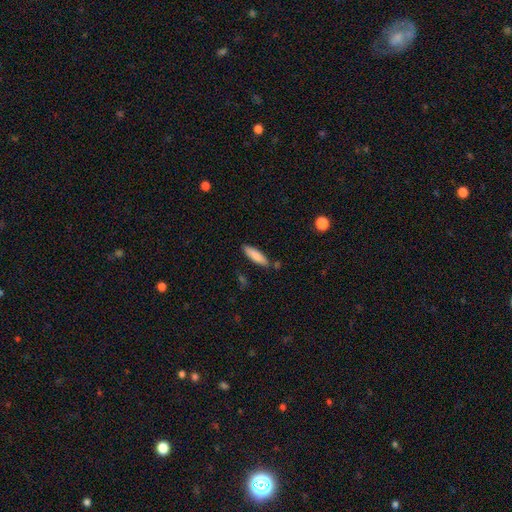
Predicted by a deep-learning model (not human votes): Q: Smooth or featured?
A: smooth (84%); runner-up: featured or disk (11%)
Q: How rounded?
A: cigar-shaped (61%); runner-up: in between (37%)
Q: Merging?
A: none (81%); runner-up: minor disturbance (12%)